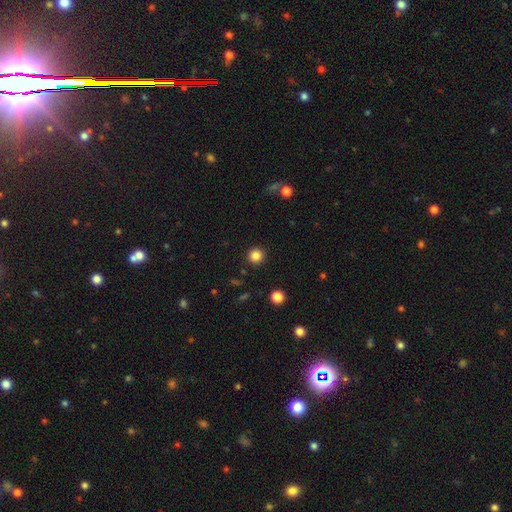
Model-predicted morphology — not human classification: This appears to be a smooth galaxy with no disk features (84%) that is round (94%). Merging: none (92%).